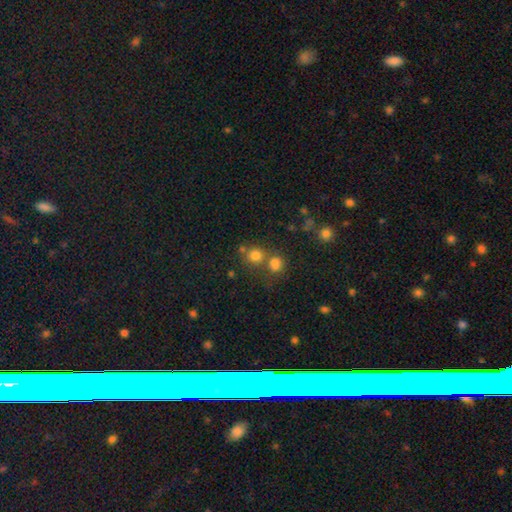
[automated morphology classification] Q: Smooth or featured?
A: smooth (74%); runner-up: star or artifact (18%)
Q: How rounded?
A: round (85%); runner-up: in between (13%)
Q: Merging?
A: none (57%); runner-up: merger (31%)